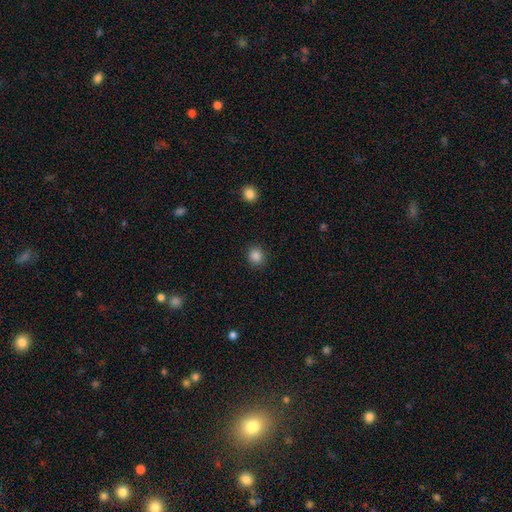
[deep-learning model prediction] smooth_or_featured: smooth (p=0.86) [alt: star or artifact p=0.11]
how_rounded: round (p=0.83) [alt: in between p=0.16]
merging: none (p=0.90) [alt: minor disturbance p=0.07]